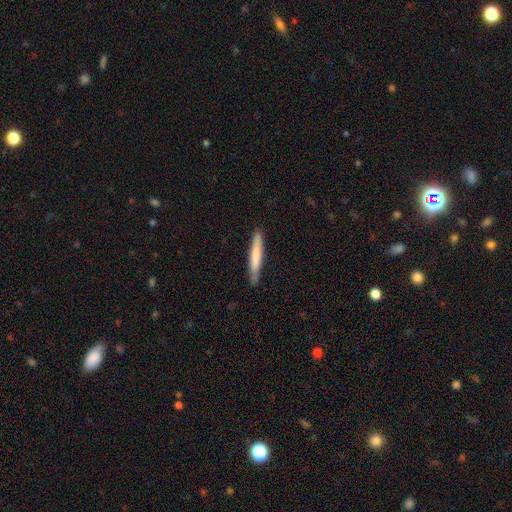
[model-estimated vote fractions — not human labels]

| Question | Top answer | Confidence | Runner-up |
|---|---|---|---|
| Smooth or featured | smooth | 71% | featured or disk (23%) |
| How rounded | cigar-shaped | 94% | in between (5%) |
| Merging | none | 85% | minor disturbance (12%) |